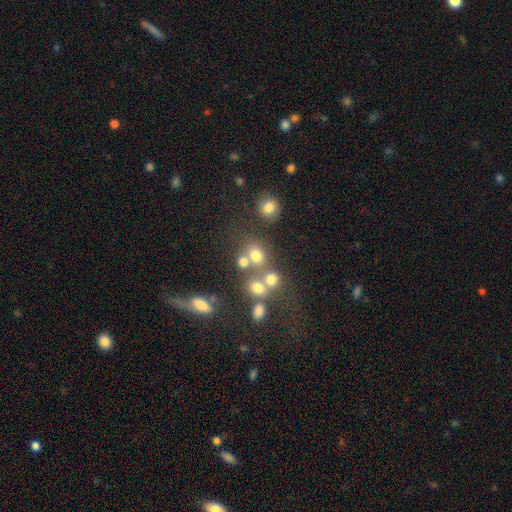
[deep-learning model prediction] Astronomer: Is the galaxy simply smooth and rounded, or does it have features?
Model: smooth — 69%.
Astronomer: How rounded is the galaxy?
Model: round — 66%.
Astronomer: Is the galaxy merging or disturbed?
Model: none — 49% (runner-up: merger, 33%).